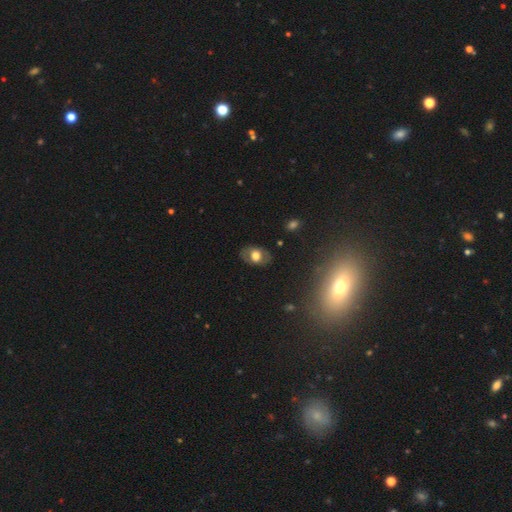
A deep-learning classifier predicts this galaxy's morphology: A smooth galaxy with no disk features (55%) that is in between round and cigar-shaped (78%). Merging: none (81%).